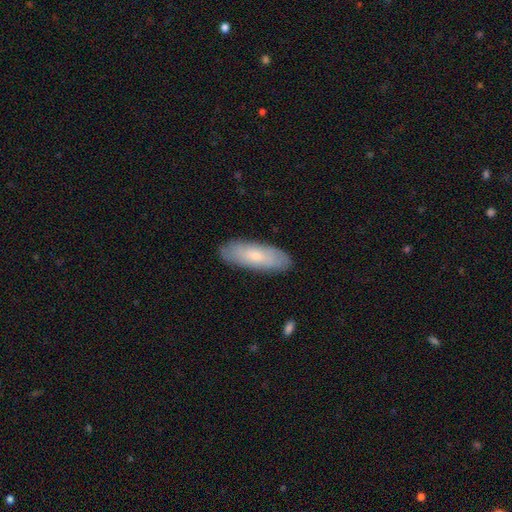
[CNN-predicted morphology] Overall: smooth (67%). How rounded: in between (60%; cigar-shaped 38%). Merging: none (87%).